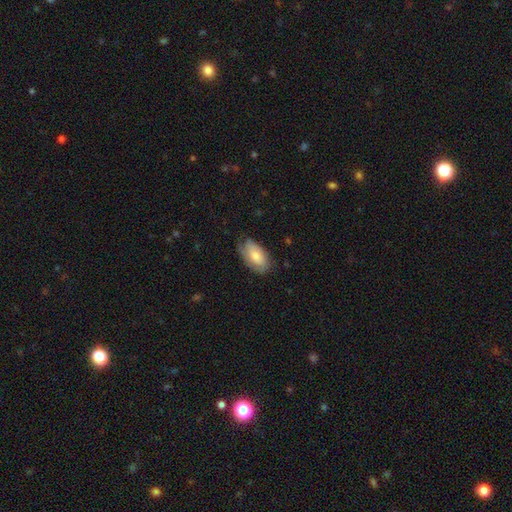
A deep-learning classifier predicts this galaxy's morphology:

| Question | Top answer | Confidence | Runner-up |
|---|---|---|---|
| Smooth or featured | smooth | 67% | featured or disk (27%) |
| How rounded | in between | 93% | round (4%) |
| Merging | none | 64% | minor disturbance (27%) |